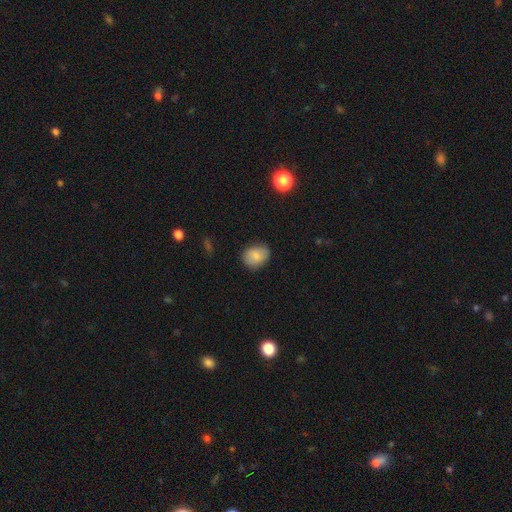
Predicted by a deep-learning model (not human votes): smooth_or_featured: smooth (p=0.83) [alt: featured or disk p=0.09]
how_rounded: in between (p=0.51) [alt: round p=0.48]
merging: none (p=0.78) [alt: minor disturbance p=0.17]